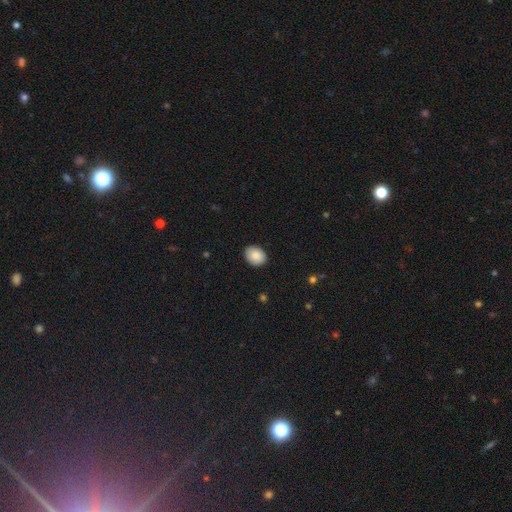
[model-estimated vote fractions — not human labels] This is clearly a smooth galaxy (88%). How rounded: possibly in between (53%). Merging: clearly none (89%).